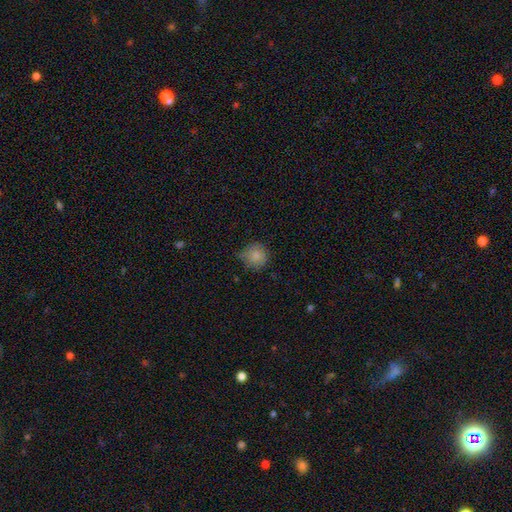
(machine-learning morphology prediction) smooth 83%, star or artifact 10%, featured or disk 7%. Down the decision tree: how rounded — round (88%); merging — none (61%).